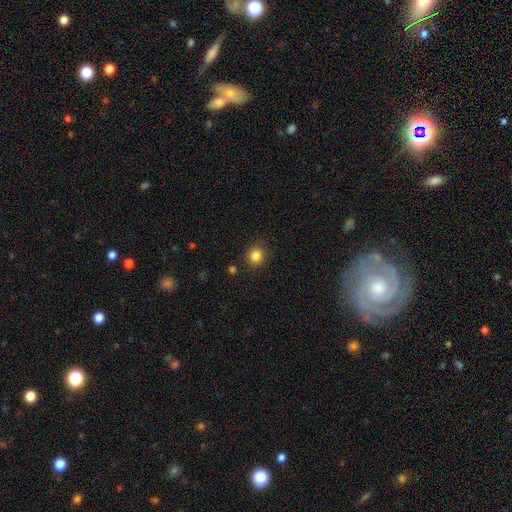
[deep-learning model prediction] smooth 84%, star or artifact 11%, featured or disk 5%. Down the decision tree: how rounded — round (81%); merging — none (87%).